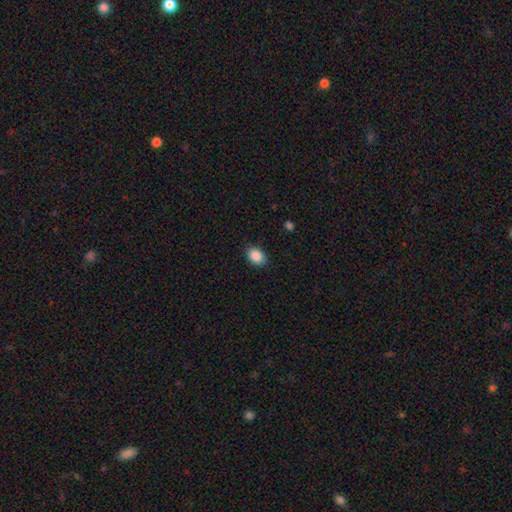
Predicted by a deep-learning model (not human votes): This is clearly a smooth galaxy (89%). How rounded: likely in between (69%). Merging: clearly none (86%).